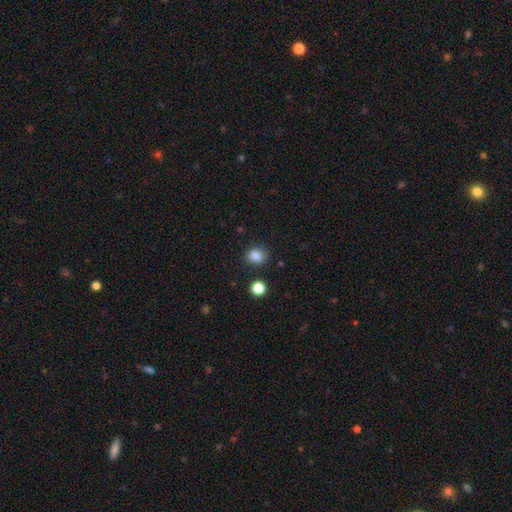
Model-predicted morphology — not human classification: This is clearly a smooth galaxy (85%). How rounded: likely round (67%). Merging: clearly none (83%).